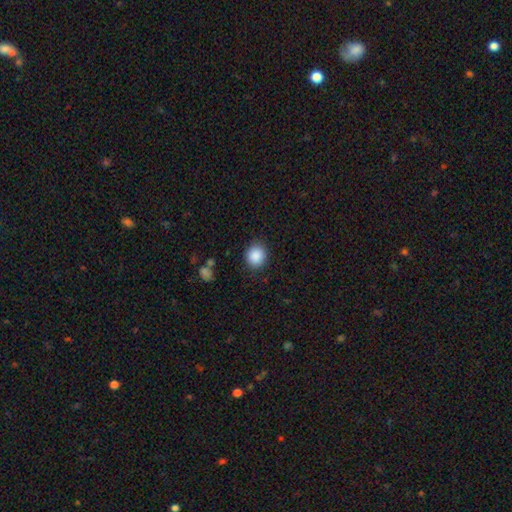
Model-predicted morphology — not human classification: This is clearly a smooth galaxy (88%). How rounded: likely round (79%). Merging: clearly none (87%).